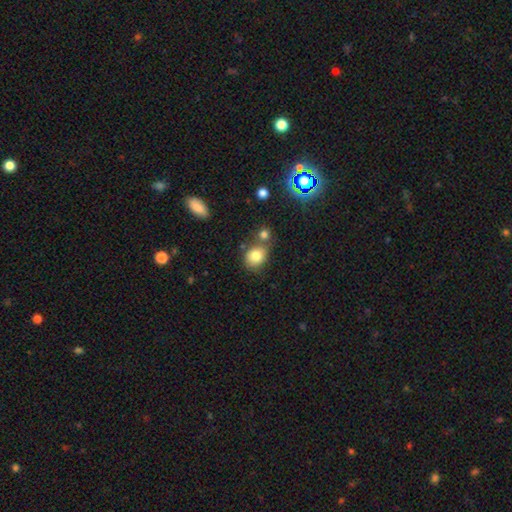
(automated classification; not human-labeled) Smooth or featured: smooth — 80% (star or artifact — 10%)
How rounded: round — 52% (in between — 47%)
Merging: none — 57% (merger — 24%)